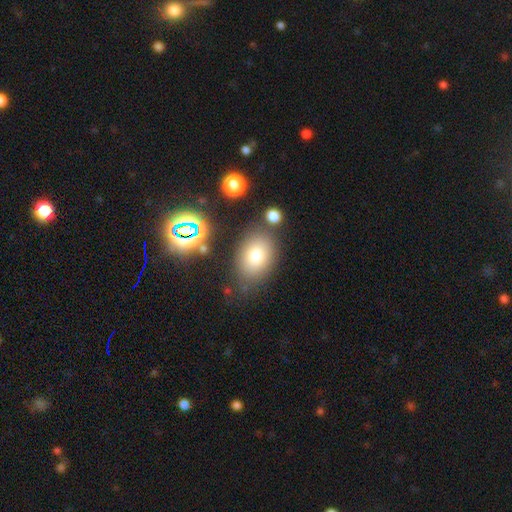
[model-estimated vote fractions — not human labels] Smooth or featured? smooth (74%)
How rounded? in between (76%)
Merging? none (75%)